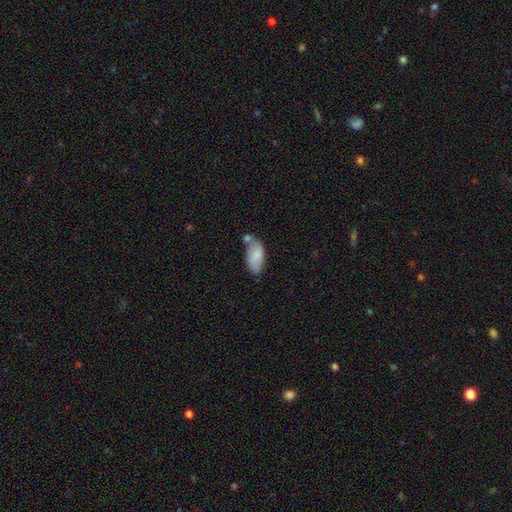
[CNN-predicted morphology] Smooth or featured: smooth — 77% (featured or disk — 16%)
How rounded: in between — 92% (cigar-shaped — 5%)
Merging: none — 41% (merger — 27%)